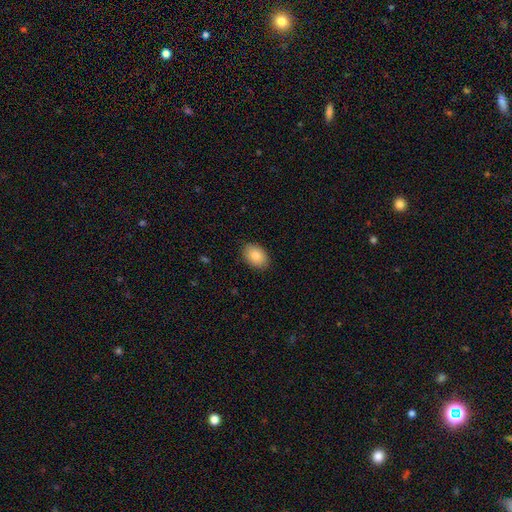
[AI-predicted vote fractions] Smooth or featured?
  - smooth: 86% *
  - star or artifact: 7%
  - featured or disk: 7%
How rounded?
  - in between: 83% *
  - round: 16%
  - cigar-shaped: 1%
Merging?
  - none: 88% *
  - minor disturbance: 9%
  - major disturbance: 2%
  - merger: 1%